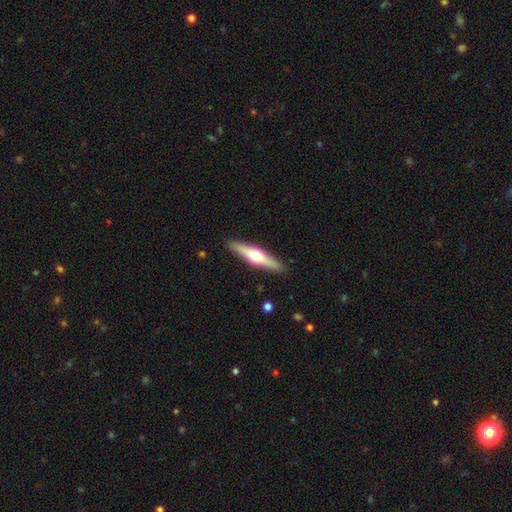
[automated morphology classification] Smooth or featured? Predicted: featured or disk (p=0.62). Edge-on disk? Predicted: yes (p=0.96). Edge-on bulge? Predicted: rounded (p=0.95). Merging? Predicted: none (p=0.91).